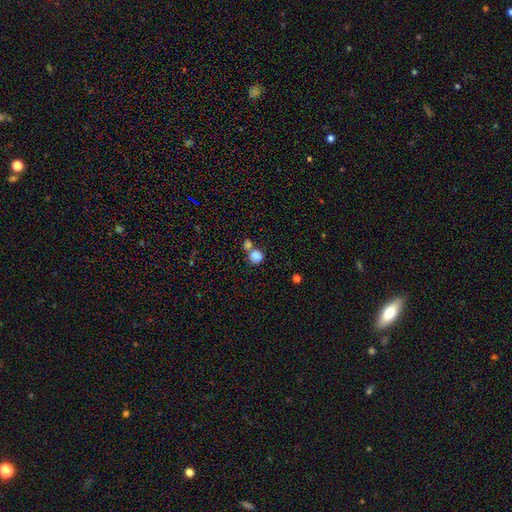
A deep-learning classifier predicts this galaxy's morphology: type=smooth (84%); roundness=round (85%); merging=none (47%).